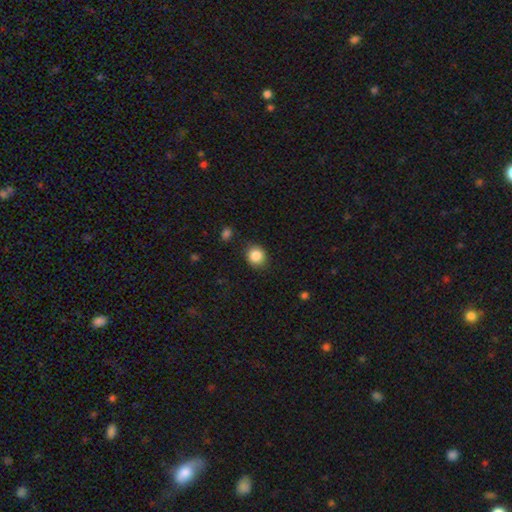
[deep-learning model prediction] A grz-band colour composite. It shows a smooth galaxy with no disk features (86%) that is round (84%). Merging: none (86%).